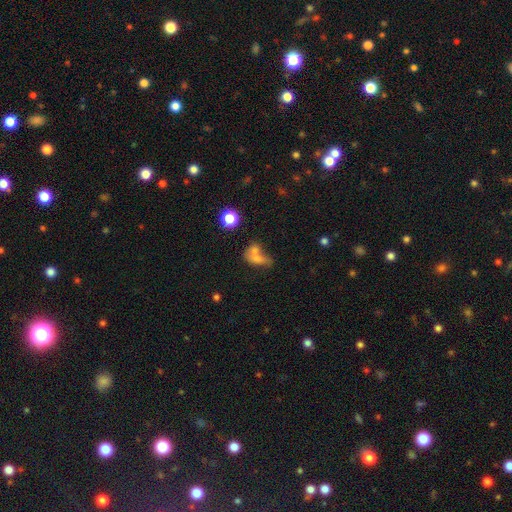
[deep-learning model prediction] A smooth galaxy with no disk features (65%) that is in between round and cigar-shaped (67%). Merging: merger (59%).